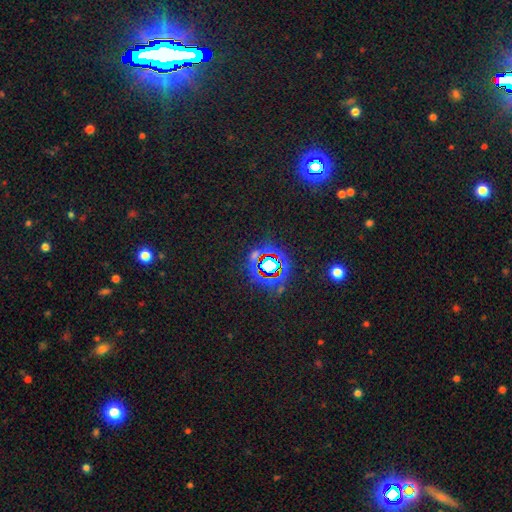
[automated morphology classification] Smooth or featured: star or artifact — 74% (smooth — 16%)